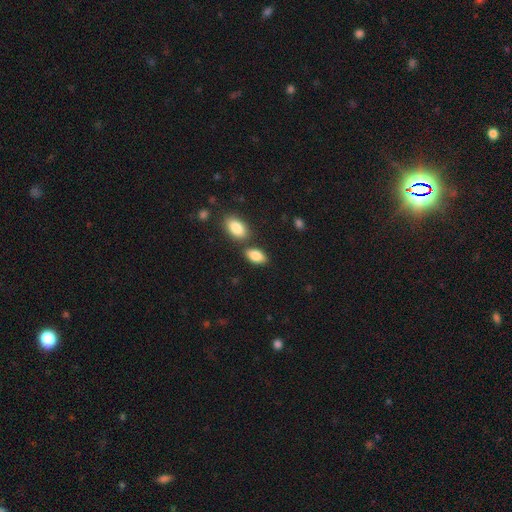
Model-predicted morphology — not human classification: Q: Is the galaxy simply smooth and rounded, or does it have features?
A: smooth — 86%.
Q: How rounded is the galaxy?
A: in between — 92%.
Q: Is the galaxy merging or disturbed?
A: none — 68%.